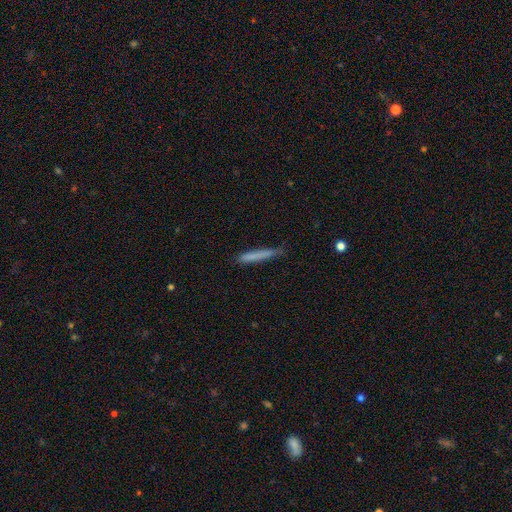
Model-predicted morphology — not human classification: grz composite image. It shows a smooth galaxy with no disk features (76%) that is cigar-shaped (96%). Merging: none (79%).